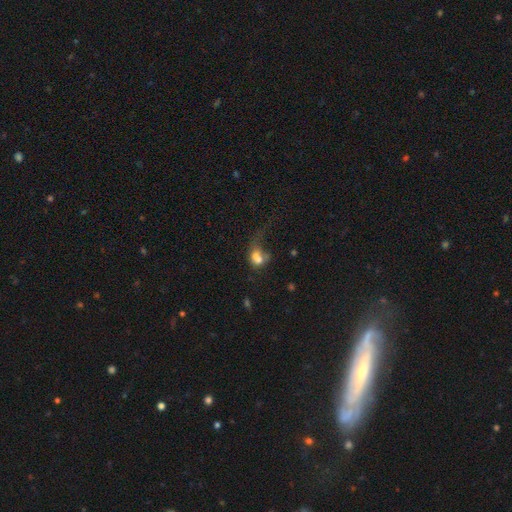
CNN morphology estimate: smooth_or_featured: smooth (p=0.63) [alt: featured or disk p=0.25]
how_rounded: in between (p=0.64) [alt: round p=0.34]
merging: merger (p=0.39) [alt: major disturbance p=0.37]